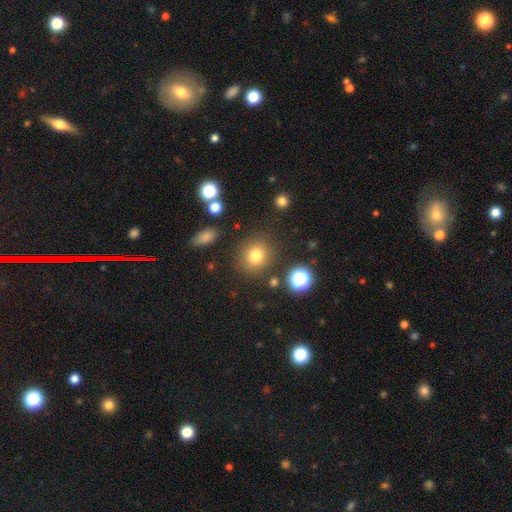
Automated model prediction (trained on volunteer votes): Morphology: type=smooth (77%); roundness=round (86%); merging=none (84%).